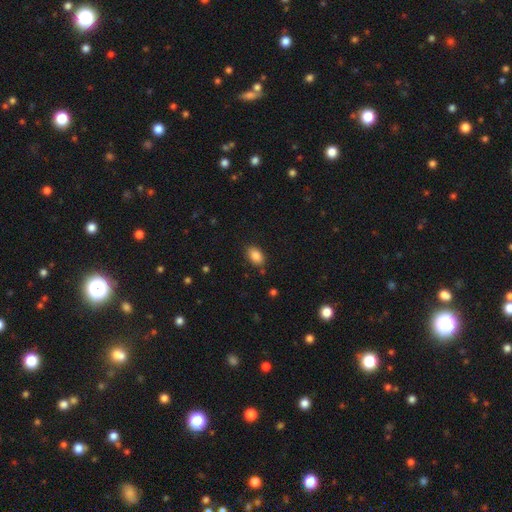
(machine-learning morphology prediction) Overall: smooth (86%). How rounded: in between (85%). Merging: none (83%).